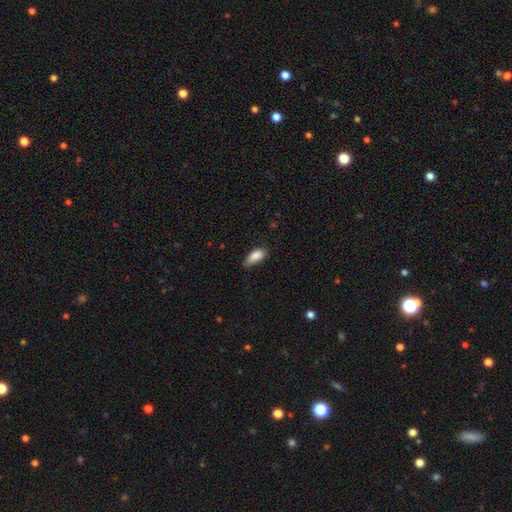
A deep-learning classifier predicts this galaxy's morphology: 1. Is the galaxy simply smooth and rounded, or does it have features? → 86% smooth, 7% star or artifact, 6% featured or disk.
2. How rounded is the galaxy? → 86% in between, 12% cigar-shaped, 2% round.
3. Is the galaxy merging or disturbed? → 59% none, 33% minor disturbance, 6% major disturbance, 2% merger.